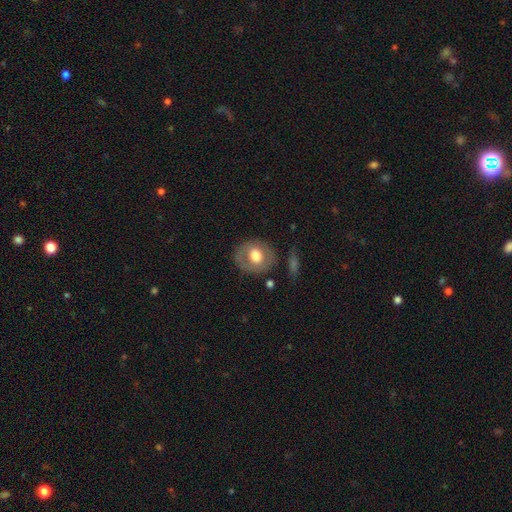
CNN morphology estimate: A smooth galaxy with no disk features (60%) that is round (73%). Merging: none (79%).